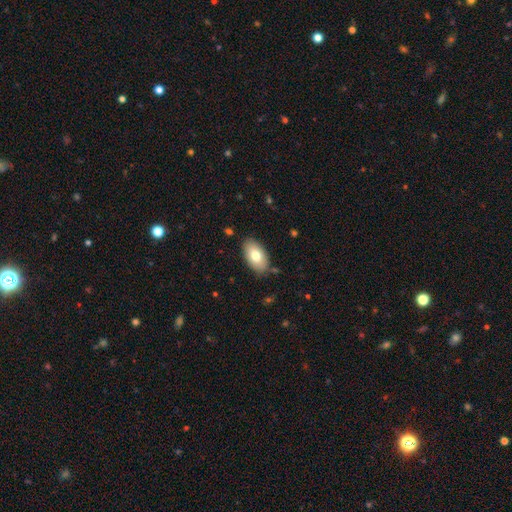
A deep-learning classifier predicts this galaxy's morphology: Smooth or featured? smooth (76%)
How rounded? in between (95%)
Merging? none (85%)